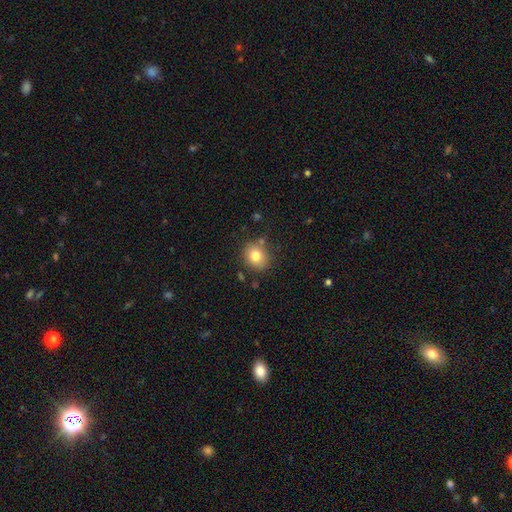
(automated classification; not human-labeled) smooth 78%, featured or disk 11%, star or artifact 11%. Down the decision tree: how rounded — round (71%); merging — none (79%).